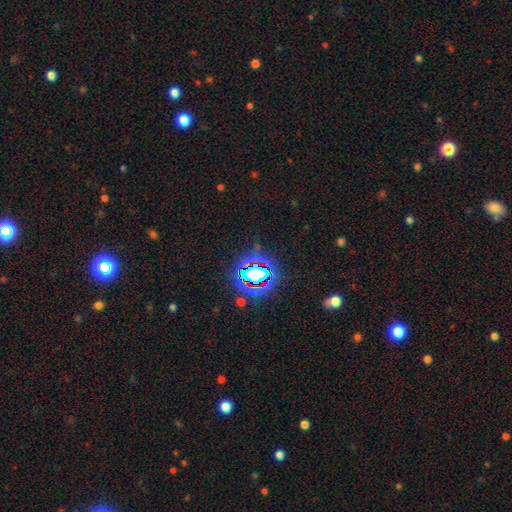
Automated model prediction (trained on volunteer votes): Overall: star or artifact (78%).